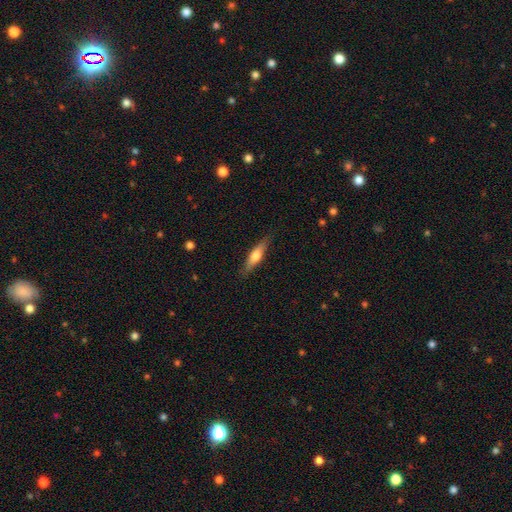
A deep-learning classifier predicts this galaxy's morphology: Overall: smooth (54%; featured or disk 40%). How rounded: cigar-shaped (73%). Merging: none (85%).